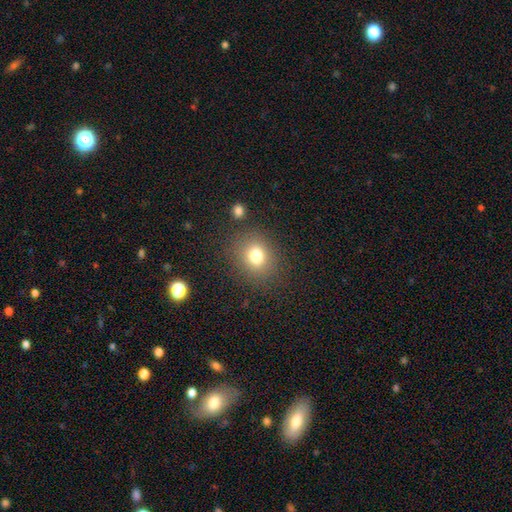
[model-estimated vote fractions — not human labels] A smooth galaxy with no disk features (77%) that is round (67%).

Vote fractions:
- Smooth or featured? smooth: 77% / star or artifact: 14% / featured or disk: 10%
- How rounded? round: 67% / in between: 32% / cigar-shaped: 1%
- Merging? none: 82% / minor disturbance: 10% / major disturbance: 5% / merger: 3%